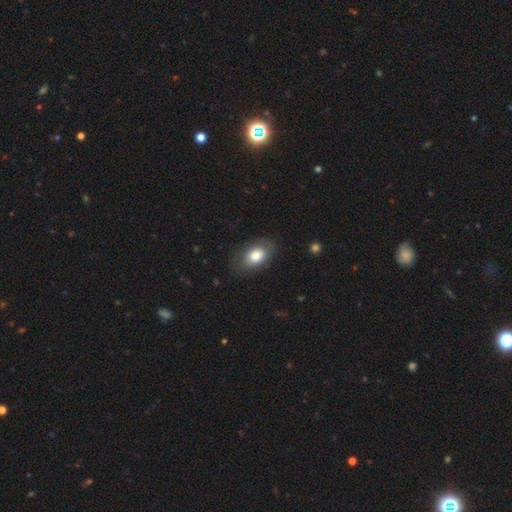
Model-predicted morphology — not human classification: type=smooth (78%); roundness=in between (87%); merging=none (80%).